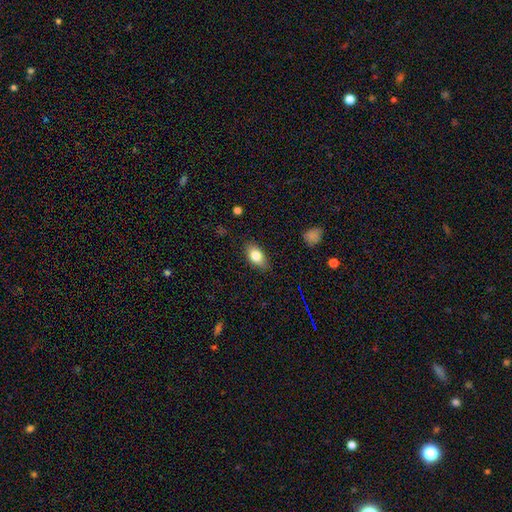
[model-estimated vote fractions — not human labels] Smooth or featured? Predicted: smooth (p=0.80). How rounded? Predicted: in between (p=0.88). Merging? Predicted: none (p=0.84).